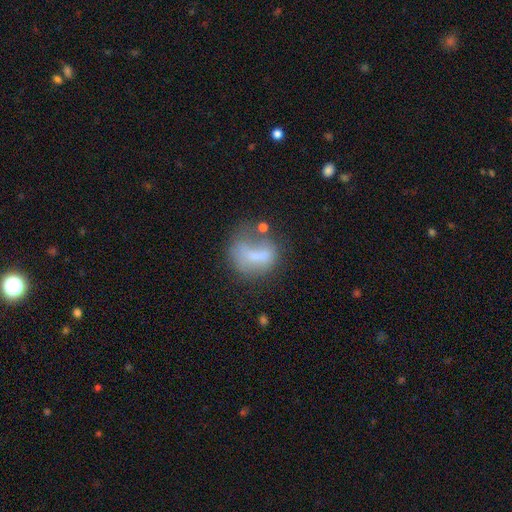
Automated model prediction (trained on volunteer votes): This appears to be a smooth galaxy with no disk features (55%) that is in between round and cigar-shaped (49%). Merging: none (34%).